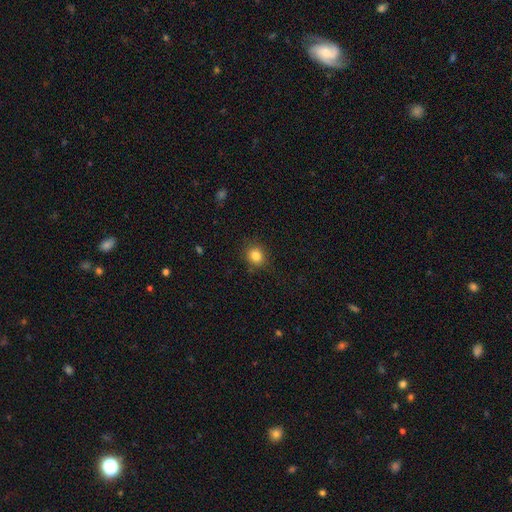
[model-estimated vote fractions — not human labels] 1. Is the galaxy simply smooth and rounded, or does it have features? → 84% smooth, 11% star or artifact, 5% featured or disk.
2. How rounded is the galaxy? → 78% round, 22% in between, 1% cigar-shaped.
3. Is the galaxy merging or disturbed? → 85% none, 11% minor disturbance, 3% major disturbance, 1% merger.